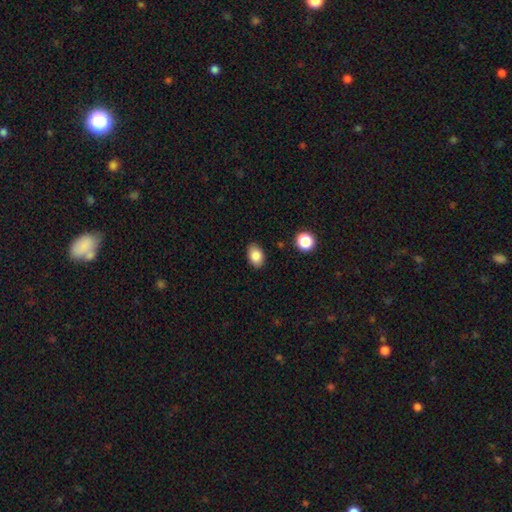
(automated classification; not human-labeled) smooth-or-featured: smooth: 86% | star or artifact: 8% | featured or disk: 5%
  how-rounded: in between: 82% | round: 17% | cigar-shaped: 1%
  merging: none: 85% | minor disturbance: 11% | major disturbance: 2% | merger: 2%